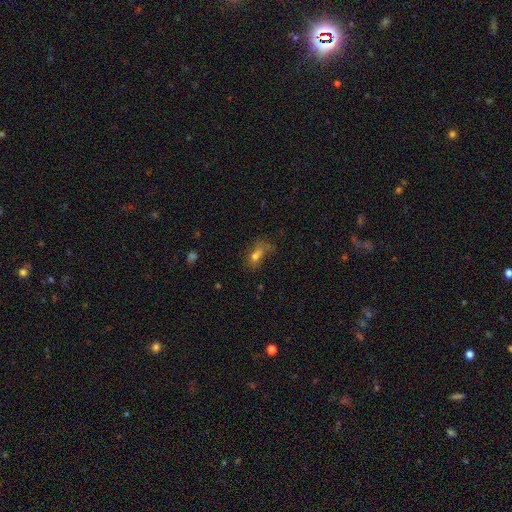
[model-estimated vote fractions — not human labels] This is likely a smooth galaxy (62%). How rounded: likely in between (73%). Merging: marginally none (36%).